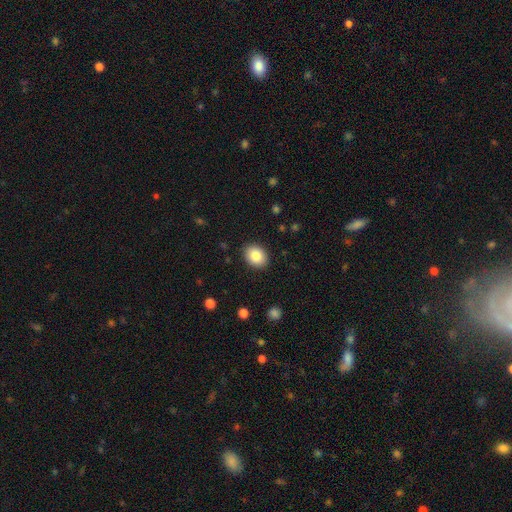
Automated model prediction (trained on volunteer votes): The model was most divided on "how rounded": in between: 58%, round: 42%, cigar-shaped: 1%. More confident: merging — none (90%); smooth or featured — smooth (85%).